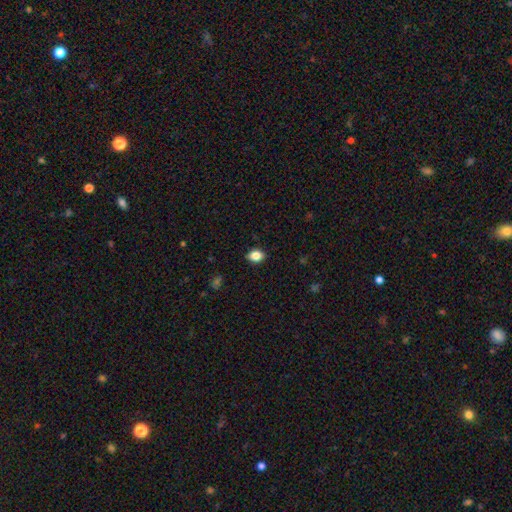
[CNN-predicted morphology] Q: Smooth or featured?
A: smooth (85%); runner-up: star or artifact (9%)
Q: How rounded?
A: in between (70%); runner-up: round (28%)
Q: Merging?
A: none (88%); runner-up: minor disturbance (10%)